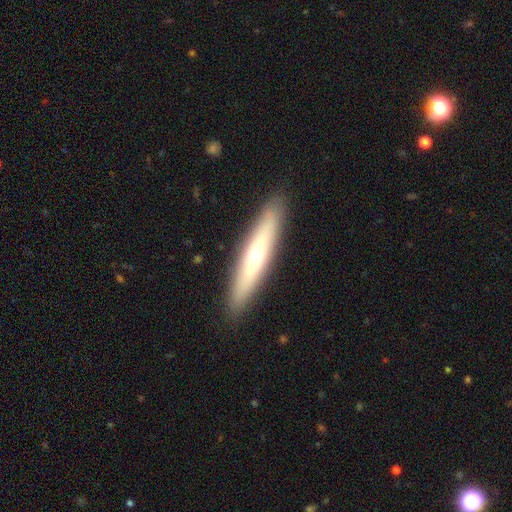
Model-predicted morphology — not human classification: smooth-or-featured: featured or disk: 48% | smooth: 46% | star or artifact: 6%
  merging: none: 90% | minor disturbance: 7% | major disturbance: 2% | merger: 1%